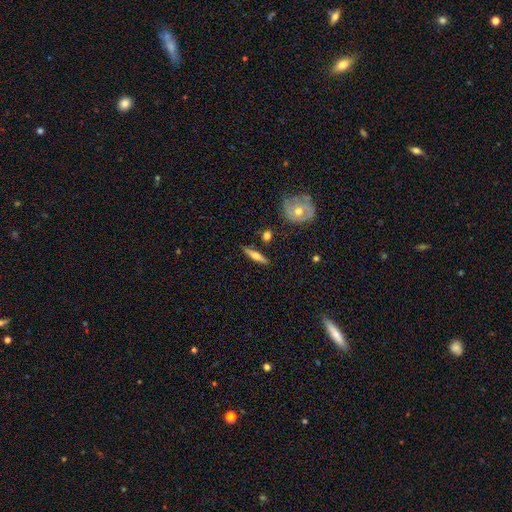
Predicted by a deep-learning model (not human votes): featured or disk 59%, smooth 35%, star or artifact 6%. Down the decision tree: edge-on disk — yes (95%); edge-on bulge — rounded (91%); merging — none (86%).